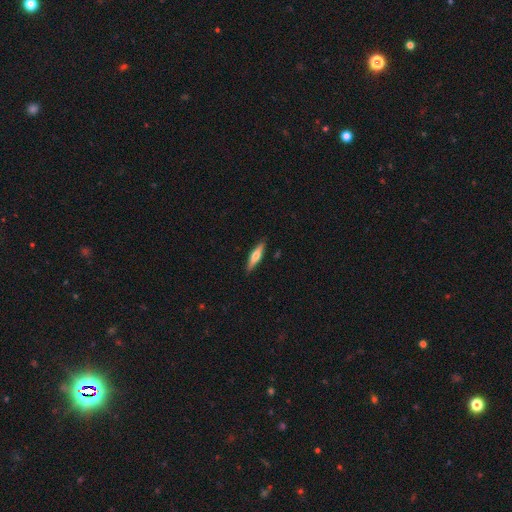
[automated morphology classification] Smooth or featured? smooth (50%)
Merging? none (89%)